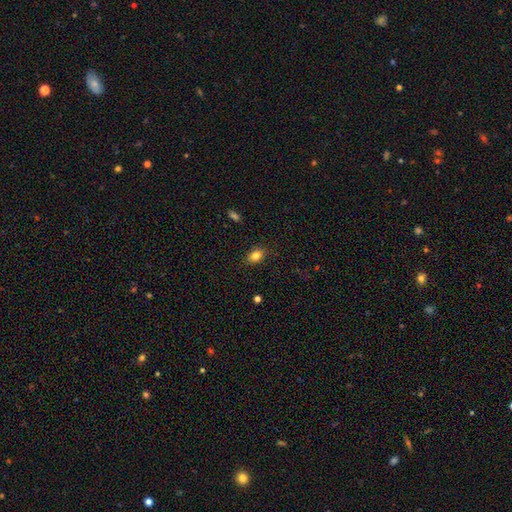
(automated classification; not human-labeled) A smooth galaxy with no disk features (82%) that is in between round and cigar-shaped (78%).

Vote fractions:
- Smooth or featured? smooth: 82% / star or artifact: 10% / featured or disk: 8%
- How rounded? in between: 78% / round: 20% / cigar-shaped: 2%
- Merging? none: 87% / minor disturbance: 10% / major disturbance: 2% / merger: 1%